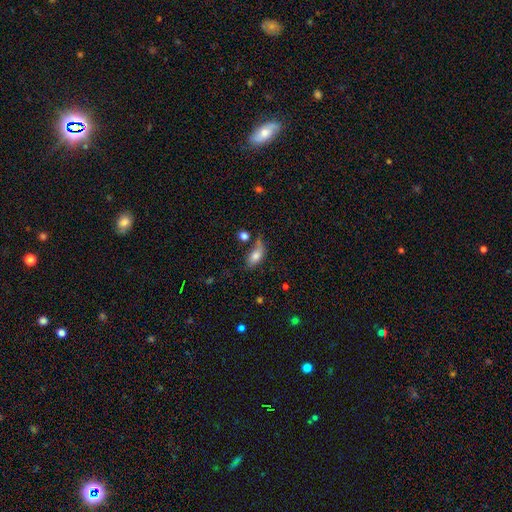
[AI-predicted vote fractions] The model was most divided on "merging": none: 42%, minor disturbance: 29%, major disturbance: 17%, merger: 13%. More confident: how rounded — in between (86%); smooth or featured — smooth (74%).